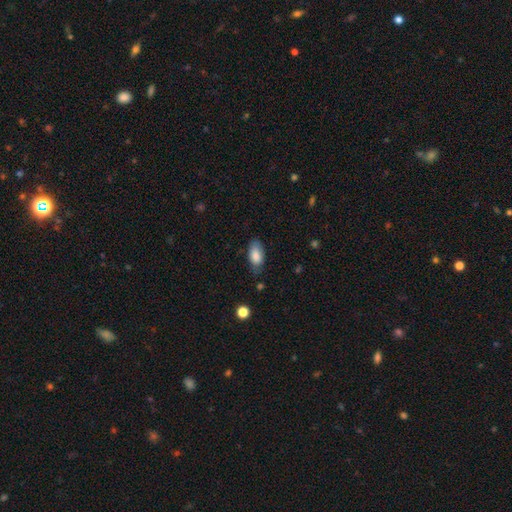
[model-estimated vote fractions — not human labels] smooth 85%, featured or disk 8%, star or artifact 7%. Down the decision tree: how rounded — in between (91%); merging — none (66%).